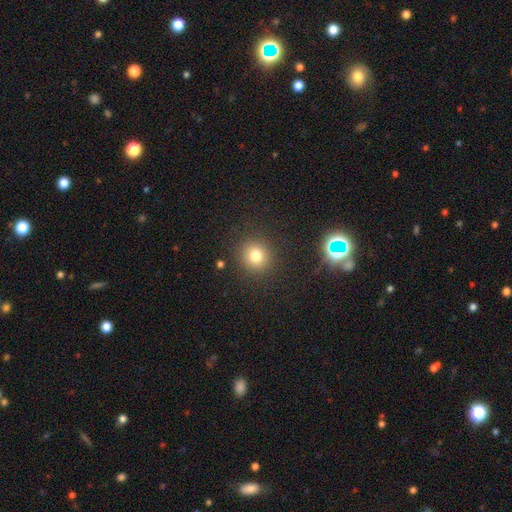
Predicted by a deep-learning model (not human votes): Morphology: type=smooth (77%); roundness=round (90%); merging=none (88%).